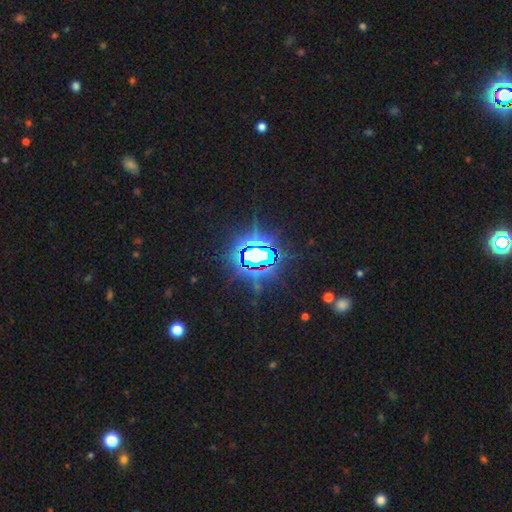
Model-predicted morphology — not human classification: smooth-or-featured: star or artifact: 81% | featured or disk: 10% | smooth: 9%